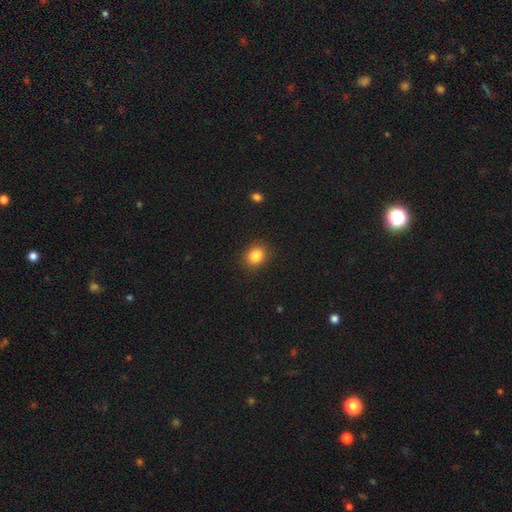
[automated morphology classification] A smooth galaxy with no disk features (85%) that is round (60%). Merging: none (89%).